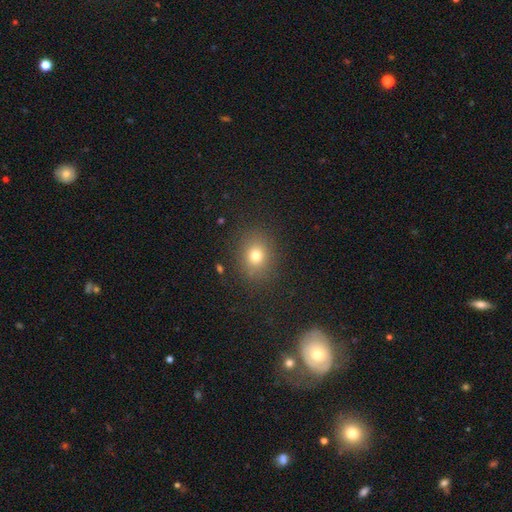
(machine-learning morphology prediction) This appears to be a smooth galaxy with no disk features (75%) that is round (60%). Merging: none (85%).